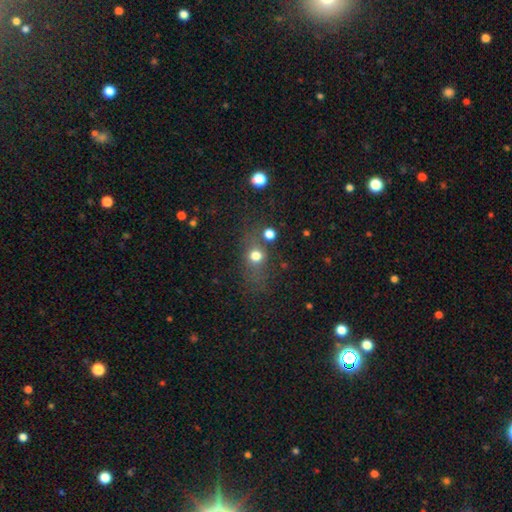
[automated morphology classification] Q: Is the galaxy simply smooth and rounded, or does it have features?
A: smooth — 66%.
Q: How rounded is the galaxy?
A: round — 60%.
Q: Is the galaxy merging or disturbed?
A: none — 63%.